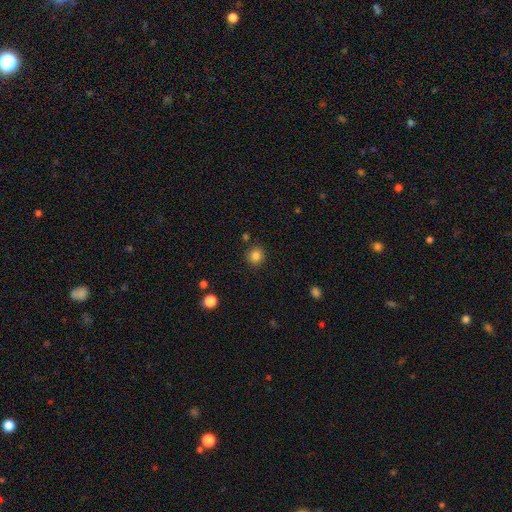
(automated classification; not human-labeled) Smooth or featured? smooth (84%)
How rounded? round (91%)
Merging? none (89%)